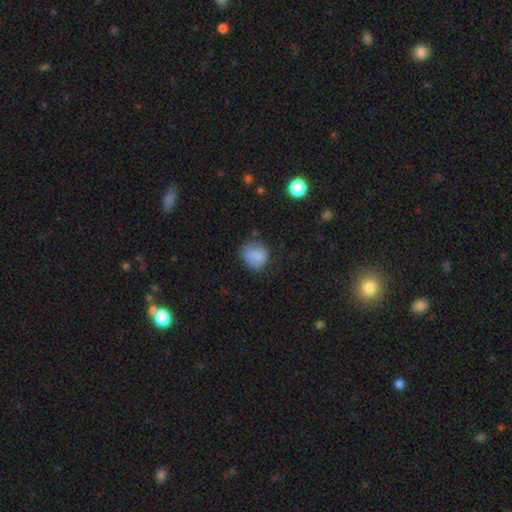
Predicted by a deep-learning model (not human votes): This is likely a smooth galaxy (78%). How rounded: likely round (76%). Merging: likely none (63%).